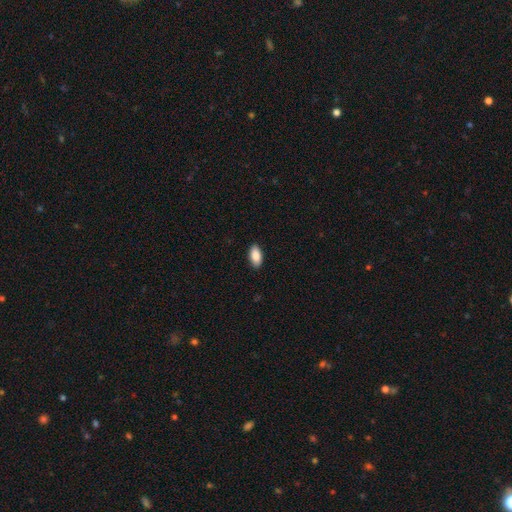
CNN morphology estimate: Smooth or featured? smooth (89%)
How rounded? in between (94%)
Merging? none (90%)